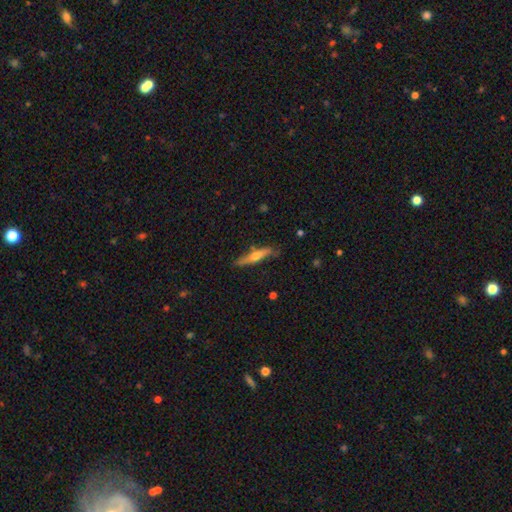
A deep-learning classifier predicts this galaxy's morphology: This appears to be a featured or disk galaxy (59%) viewed edge-on (94%) with a rounded central bulge (89%). Merging: none (80%).